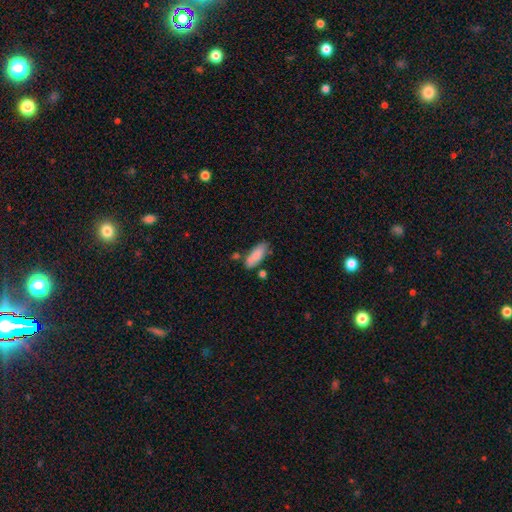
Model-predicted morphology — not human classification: A smooth galaxy with no disk features (83%) that is in between round and cigar-shaped (68%). Merging: none (66%).